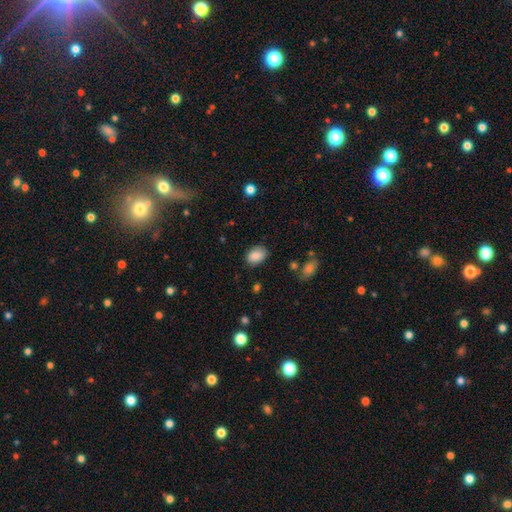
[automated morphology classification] type=smooth (87%); roundness=in between (79%); merging=none (81%).